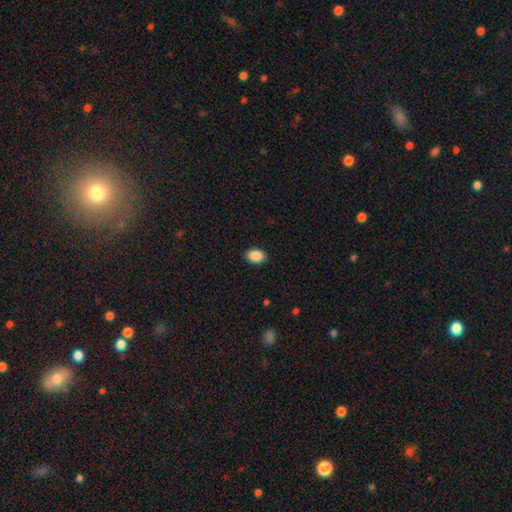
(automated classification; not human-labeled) Q: Smooth or featured?
A: smooth (90%); runner-up: star or artifact (8%)
Q: How rounded?
A: in between (84%); runner-up: round (15%)
Q: Merging?
A: none (89%); runner-up: minor disturbance (8%)